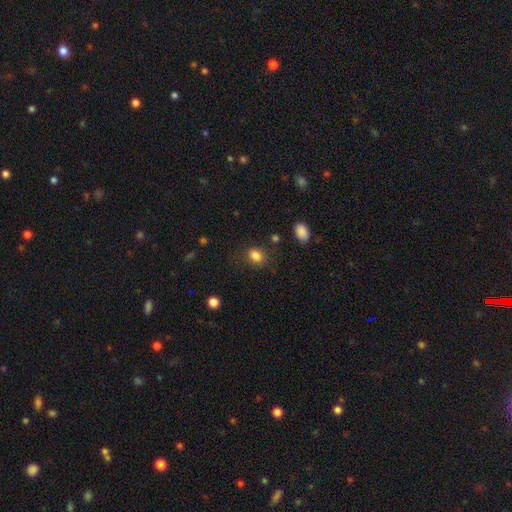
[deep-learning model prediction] Q: Smooth or featured?
A: smooth (84%); runner-up: star or artifact (11%)
Q: How rounded?
A: in between (58%); runner-up: round (40%)
Q: Merging?
A: none (78%); runner-up: minor disturbance (14%)